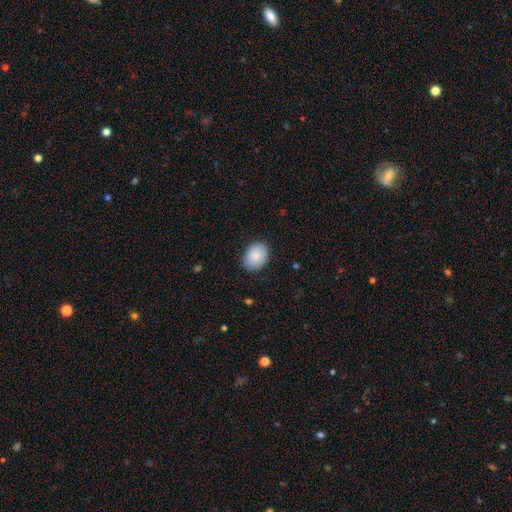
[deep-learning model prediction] A smooth galaxy with no disk features (87%) that is in between round and cigar-shaped (62%). Merging: none (85%).